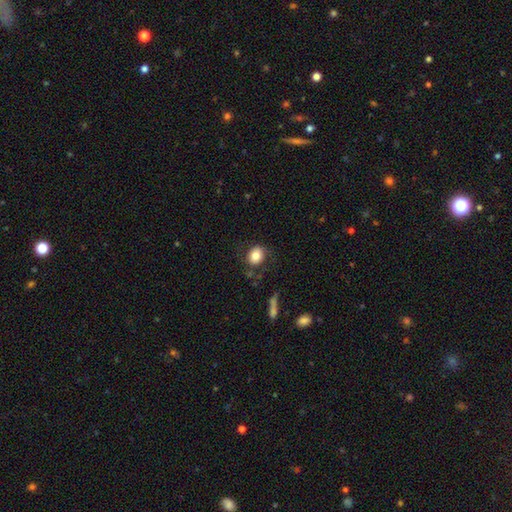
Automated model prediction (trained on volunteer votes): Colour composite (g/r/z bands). It shows a smooth galaxy with no disk features (82%) that is round (54%). Merging: none (78%).